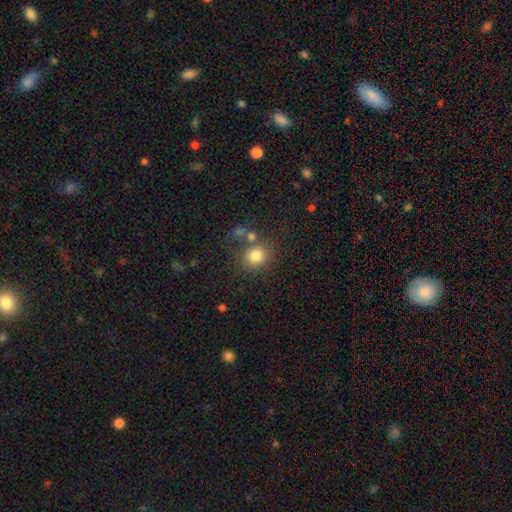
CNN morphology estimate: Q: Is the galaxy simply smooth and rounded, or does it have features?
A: smooth — 79%.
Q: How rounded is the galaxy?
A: round — 77%.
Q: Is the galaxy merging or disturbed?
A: none — 62%.